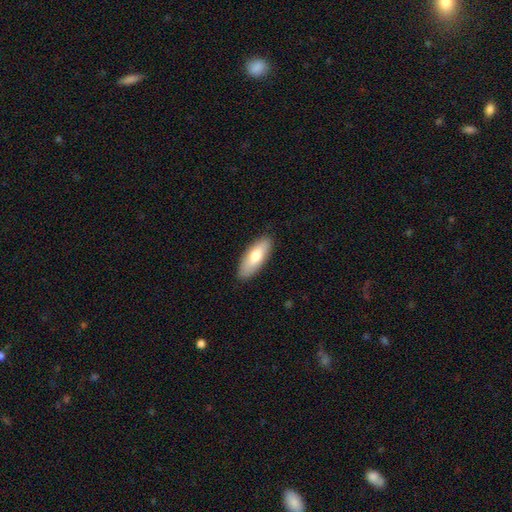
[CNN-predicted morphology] A smooth galaxy with no disk features (73%) that is in between round and cigar-shaped (73%).

Vote fractions:
- Smooth or featured? smooth: 73% / featured or disk: 21% / star or artifact: 6%
- How rounded? in between: 73% / cigar-shaped: 25% / round: 2%
- Merging? none: 88% / minor disturbance: 9% / major disturbance: 2% / merger: 1%